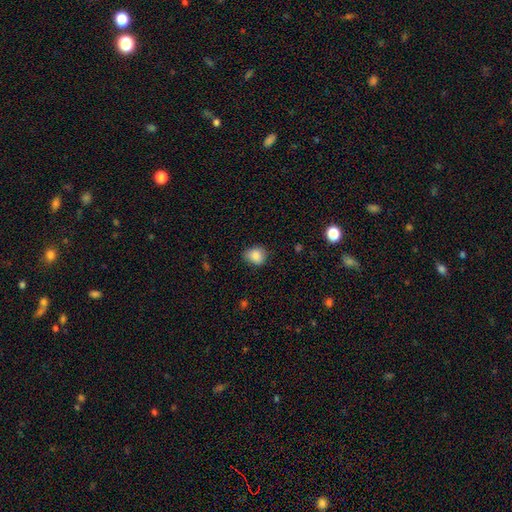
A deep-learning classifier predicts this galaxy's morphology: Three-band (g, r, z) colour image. It shows a smooth galaxy with no disk features (86%) that is round (61%). Merging: none (72%).